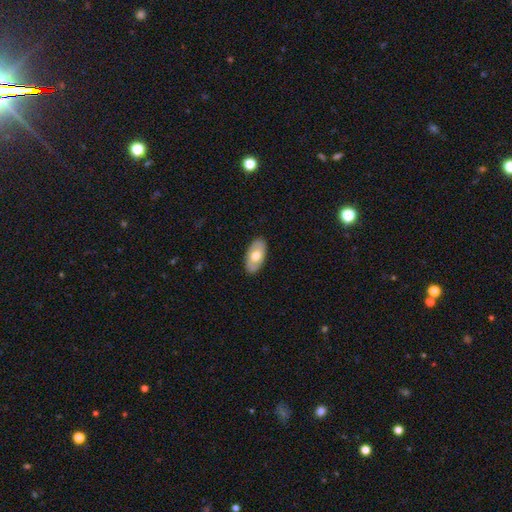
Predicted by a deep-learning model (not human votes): Smooth or featured?
  - smooth: 59% *
  - featured or disk: 35%
  - star or artifact: 5%
How rounded?
  - in between: 94% *
  - round: 4%
  - cigar-shaped: 2%
Merging?
  - none: 87% *
  - minor disturbance: 10%
  - major disturbance: 2%
  - merger: 1%